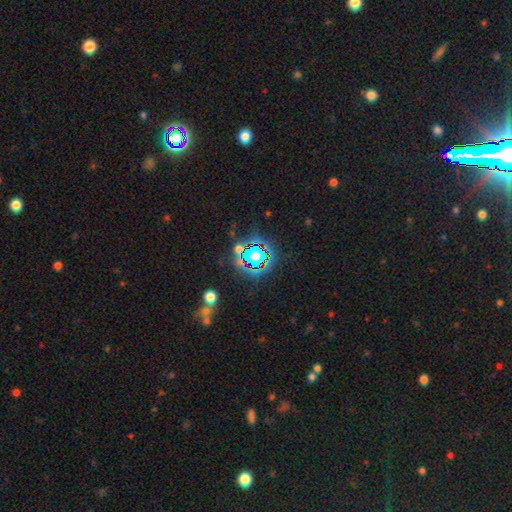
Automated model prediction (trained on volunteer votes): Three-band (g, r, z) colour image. It shows a star or artifact, not a galaxy (77%).